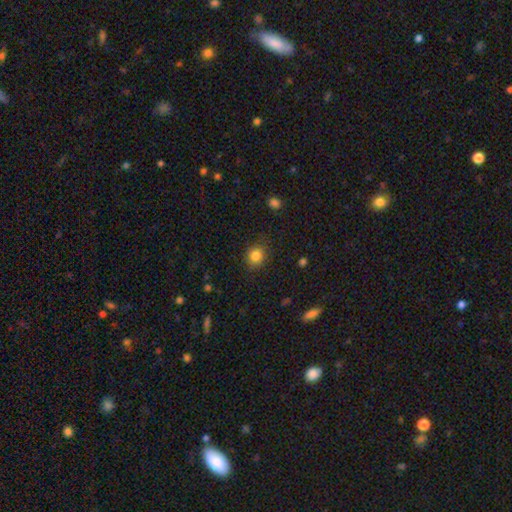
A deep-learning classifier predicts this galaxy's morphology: smooth_or_featured: smooth (p=0.83) [alt: star or artifact p=0.11]
how_rounded: round (p=0.79) [alt: in between p=0.20]
merging: none (p=0.85) [alt: minor disturbance p=0.11]